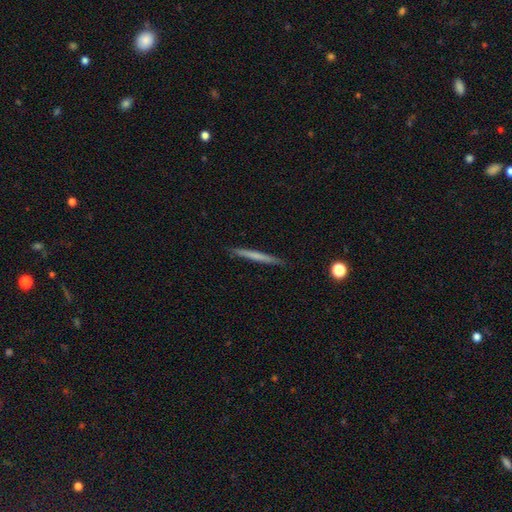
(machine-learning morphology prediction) Smooth or featured: smooth — 59% (featured or disk — 35%)
How rounded: cigar-shaped — 97% (in between — 2%)
Merging: none — 90% (minor disturbance — 7%)